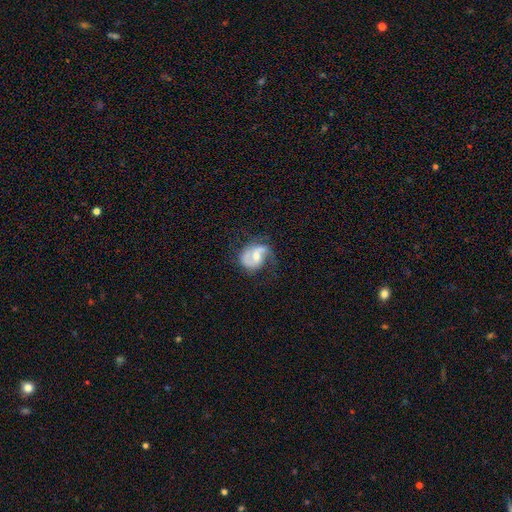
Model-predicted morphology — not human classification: smooth_or_featured: featured or disk (p=0.75) [alt: smooth p=0.19]
disk_edge_on: no (p=0.97) [alt: yes p=0.03]
bar: weak (p=0.45) [alt: no p=0.41]
has_spiral_arms: yes (p=0.90) [alt: no p=0.10]
spiral_winding: medium (p=0.44) [alt: loose p=0.35]
spiral_arm_count: 2 (p=0.71) [alt: 1 p=0.18]
bulge_size: moderate (p=0.63) [alt: small p=0.30]
merging: none (p=0.54) [alt: minor disturbance p=0.26]